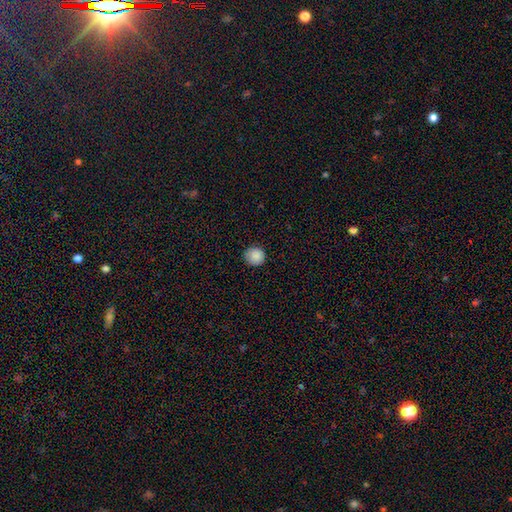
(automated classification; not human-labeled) Smooth or featured? Predicted: smooth (p=0.88). How rounded? Predicted: round (p=0.93). Merging? Predicted: none (p=0.89).